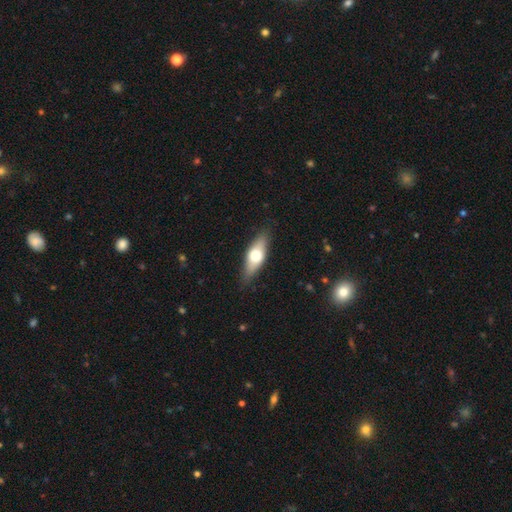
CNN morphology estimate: Smooth or featured? smooth (57%)
How rounded? in between (64%)
Merging? none (85%)